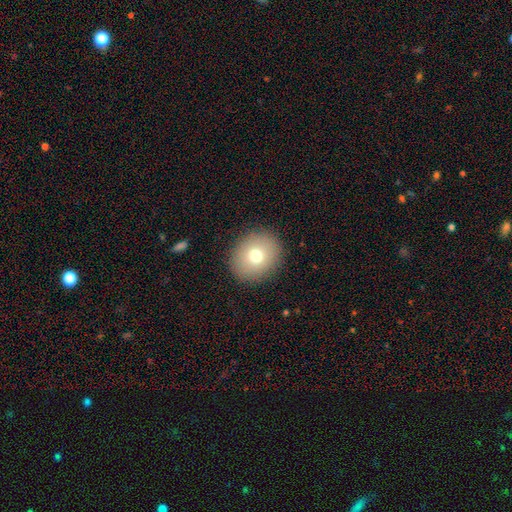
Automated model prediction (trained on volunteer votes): Q: Smooth or featured?
A: smooth (74%); runner-up: featured or disk (14%)
Q: How rounded?
A: round (68%); runner-up: in between (31%)
Q: Merging?
A: none (90%); runner-up: minor disturbance (7%)